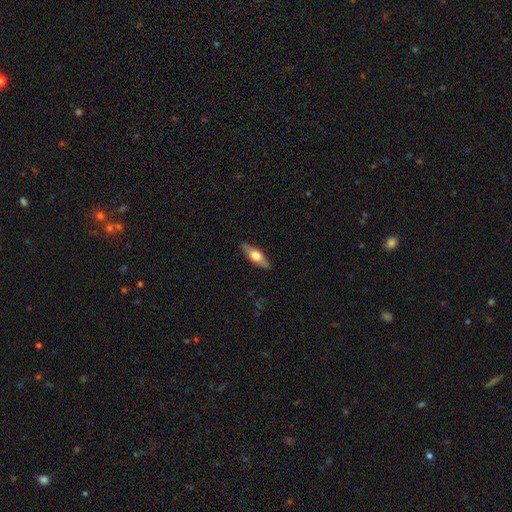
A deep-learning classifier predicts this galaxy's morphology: Smooth or featured: smooth — 51% (featured or disk — 44%)
How rounded: in between — 56% (cigar-shaped — 40%)
Merging: none — 87% (minor disturbance — 10%)